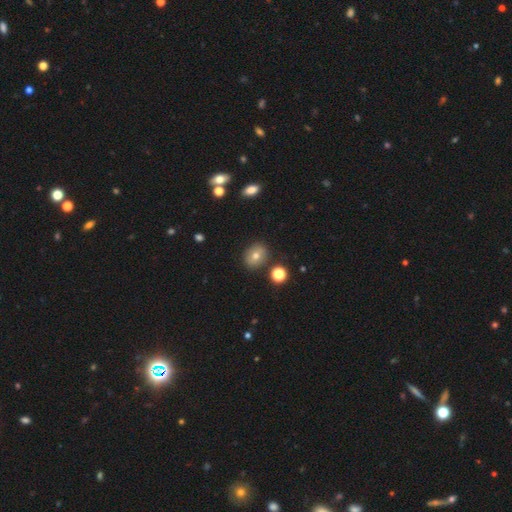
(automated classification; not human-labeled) smooth_or_featured: smooth (p=0.71) [alt: featured or disk p=0.17]
how_rounded: in between (p=0.50) [alt: round p=0.49]
merging: none (p=0.85) [alt: minor disturbance p=0.09]